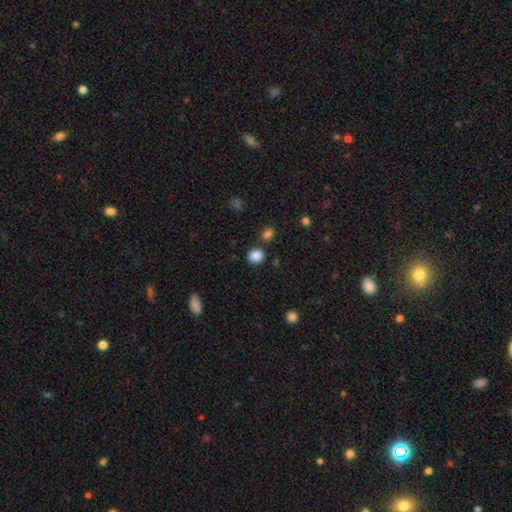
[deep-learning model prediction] smooth-or-featured: smooth: 86% | star or artifact: 10% | featured or disk: 3%
  how-rounded: round: 77% | in between: 22% | cigar-shaped: 1%
  merging: none: 83% | minor disturbance: 9% | merger: 6% | major disturbance: 3%